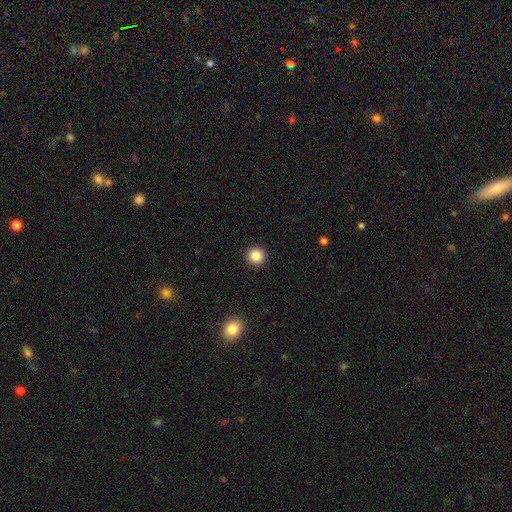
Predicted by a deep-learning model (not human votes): A smooth galaxy with no disk features (86%) that is round (94%). Merging: none (93%).